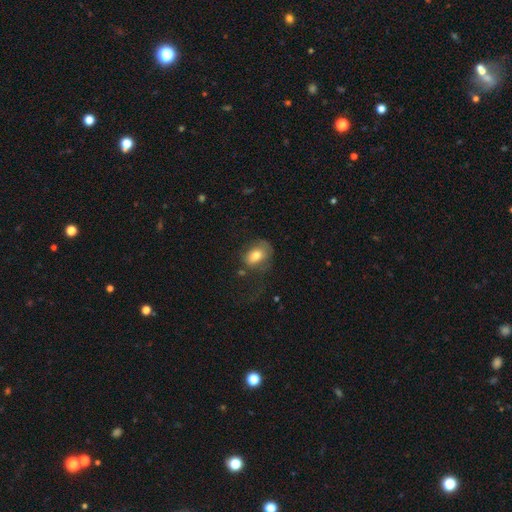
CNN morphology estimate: smooth_or_featured: smooth (p=0.75) [alt: featured or disk p=0.17]
how_rounded: in between (p=0.78) [alt: round p=0.20]
merging: none (p=0.46) [alt: major disturbance p=0.26]